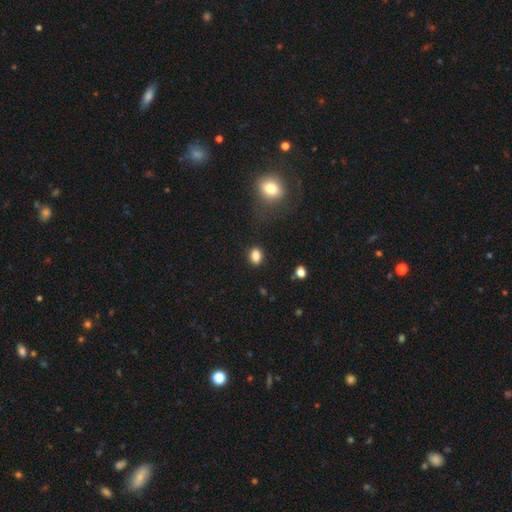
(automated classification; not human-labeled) smooth_or_featured: smooth (p=0.85) [alt: star or artifact p=0.10]
how_rounded: in between (p=0.71) [alt: round p=0.27]
merging: none (p=0.85) [alt: minor disturbance p=0.10]